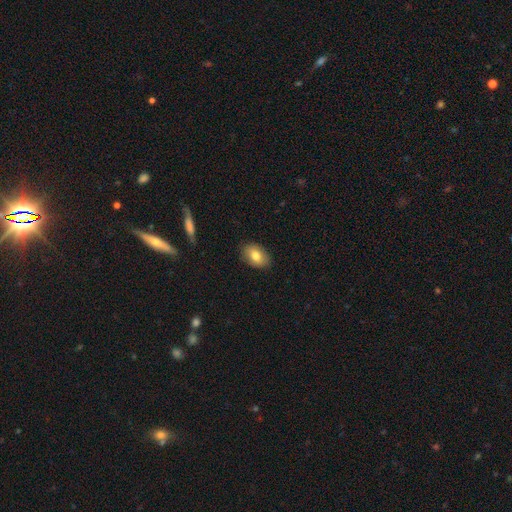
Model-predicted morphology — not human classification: smooth-or-featured: smooth: 79% | featured or disk: 13% | star or artifact: 7%
  how-rounded: in between: 85% | round: 13% | cigar-shaped: 1%
  merging: none: 87% | minor disturbance: 10% | major disturbance: 2% | merger: 1%